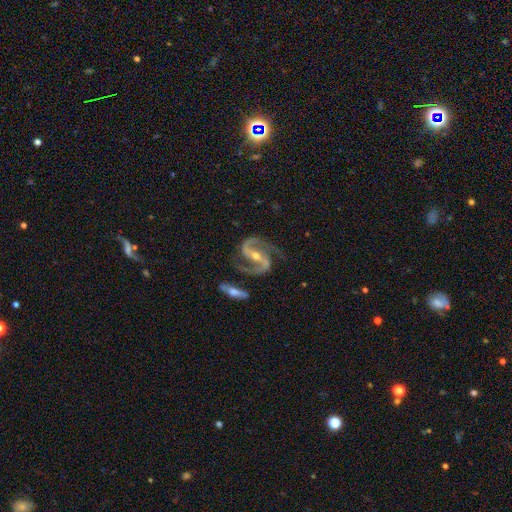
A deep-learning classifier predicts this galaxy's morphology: smooth-or-featured: featured or disk: 93% | star or artifact: 4% | smooth: 2%
  disk-edge-on: no: 97% | yes: 3%
    bar: strong: 62% | weak: 25% | no: 13%
    has-spiral-arms: yes: 98% | no: 2%
      spiral-winding: medium: 61% | loose: 22% | tight: 17%
      spiral-arm-count: 2: 94% | 3: 1% | can't tell: 1% | 1: 1% | 4: 1% | more than 4: 1%
    bulge-size: small: 51% | moderate: 45% | large: 1% | none: 1% | dominant: 1%
  merging: none: 75% | minor disturbance: 14% | major disturbance: 7% | merger: 4%